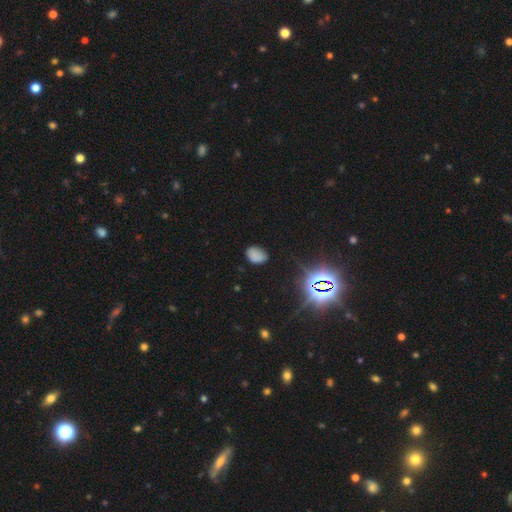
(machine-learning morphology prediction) Smooth or featured? Predicted: smooth (p=0.72). How rounded? Predicted: in between (p=0.82). Merging? Predicted: none (p=0.70).